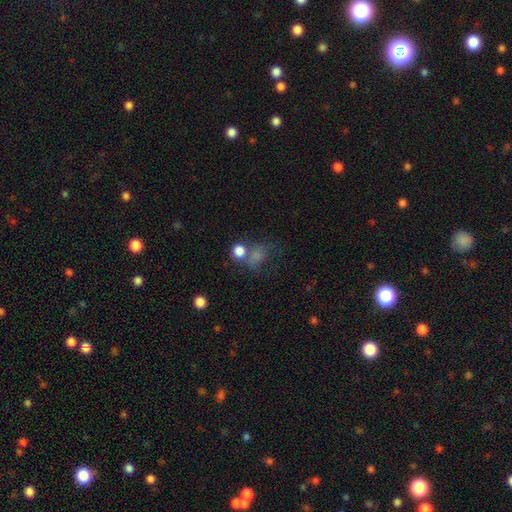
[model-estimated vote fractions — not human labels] smooth_or_featured: smooth (p=0.66) [alt: star or artifact p=0.21]
how_rounded: round (p=0.59) [alt: in between p=0.40]
merging: none (p=0.43) [alt: merger p=0.22]